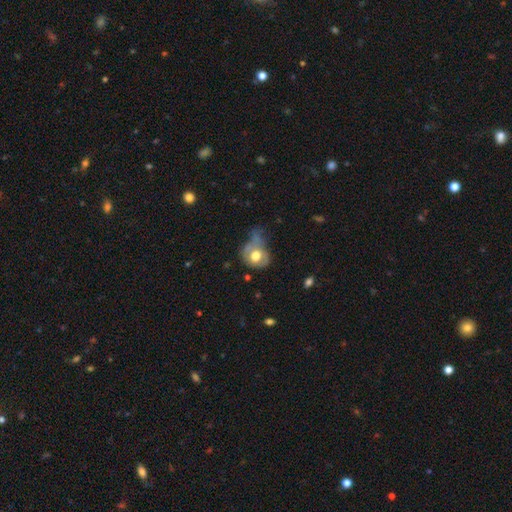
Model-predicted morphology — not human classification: Smooth or featured? smooth (57%)
How rounded? round (59%)
Merging? major disturbance (38%)